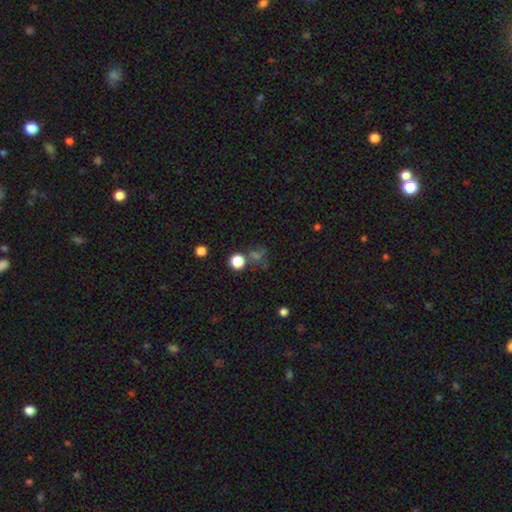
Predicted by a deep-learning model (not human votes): This is possibly a smooth galaxy (49%). Merging: likely none (61%).